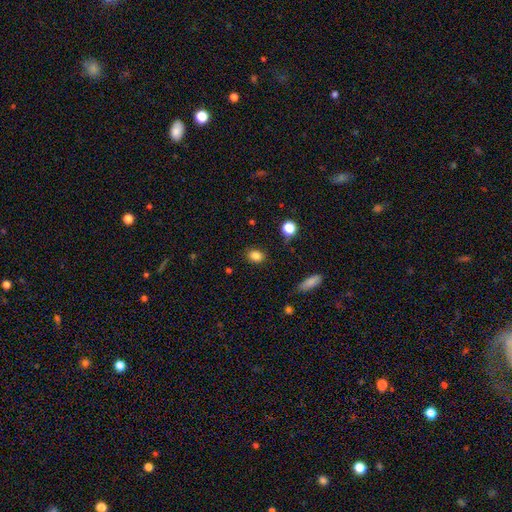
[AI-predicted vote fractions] smooth-or-featured: smooth: 84% | star or artifact: 11% | featured or disk: 5%
  how-rounded: in between: 62% | round: 37% | cigar-shaped: 1%
  merging: none: 85% | minor disturbance: 10% | major disturbance: 3% | merger: 2%